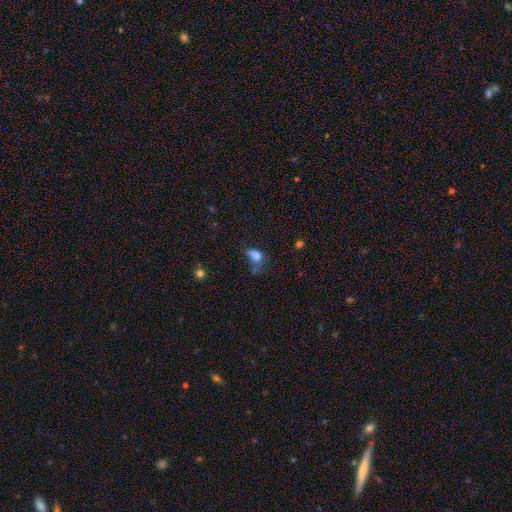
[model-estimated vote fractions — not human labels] Q: Smooth or featured?
A: smooth (78%); runner-up: star or artifact (13%)
Q: How rounded?
A: in between (79%); runner-up: round (19%)
Q: Merging?
A: none (33%); runner-up: minor disturbance (28%)